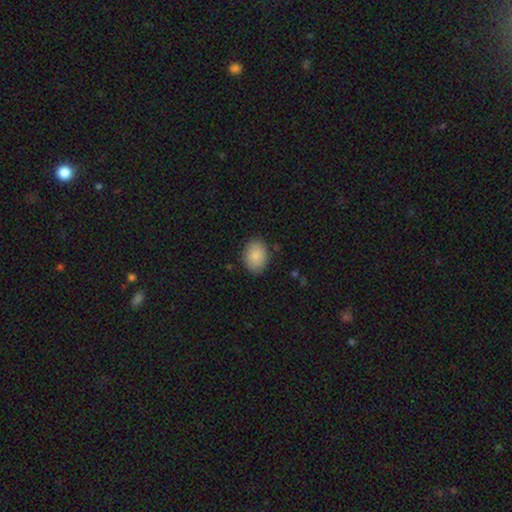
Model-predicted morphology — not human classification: A smooth galaxy with no disk features (87%) that is in between round and cigar-shaped (64%).

Vote fractions:
- Smooth or featured? smooth: 87% / star or artifact: 7% / featured or disk: 6%
- How rounded? in between: 64% / round: 35% / cigar-shaped: 1%
- Merging? none: 85% / minor disturbance: 11% / major disturbance: 3% / merger: 1%